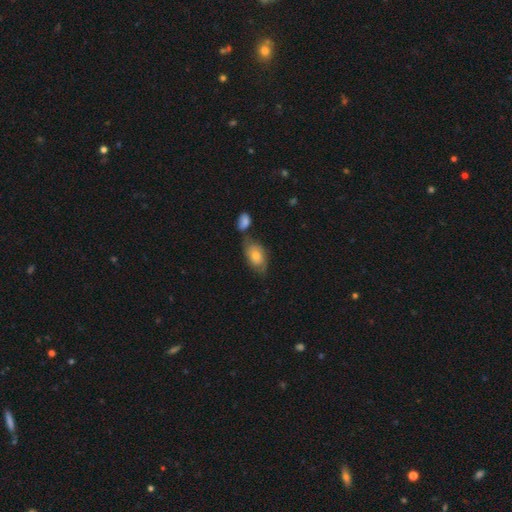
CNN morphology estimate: A smooth galaxy with no disk features (58%) that is in between round and cigar-shaped (88%). Merging: none (48%).